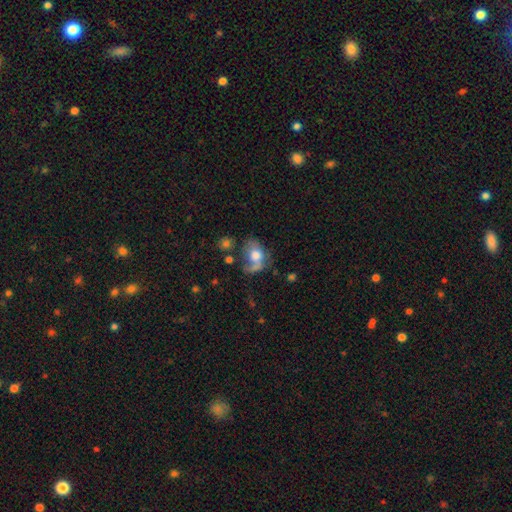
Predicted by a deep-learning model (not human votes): This is possibly a smooth galaxy (52%). How rounded: likely in between (67%). Merging: marginally major disturbance (37%).